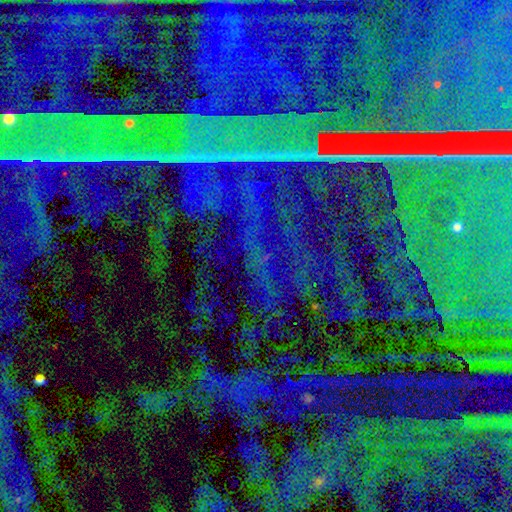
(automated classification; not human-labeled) Smooth or featured: star or artifact — 87% (featured or disk — 7%)